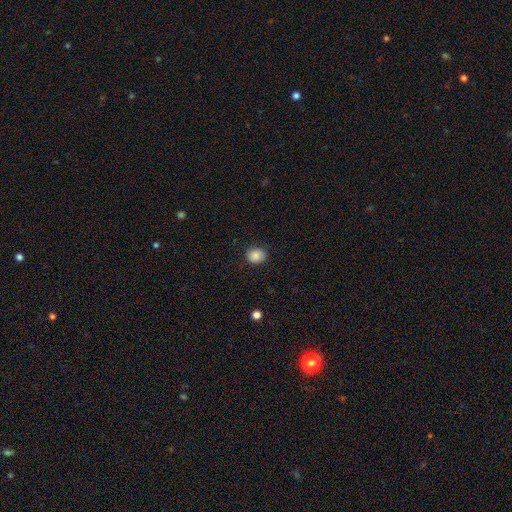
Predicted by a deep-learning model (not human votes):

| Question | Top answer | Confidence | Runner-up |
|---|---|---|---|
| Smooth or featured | smooth | 86% | star or artifact (9%) |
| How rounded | round | 63% | in between (36%) |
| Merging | none | 85% | minor disturbance (11%) |